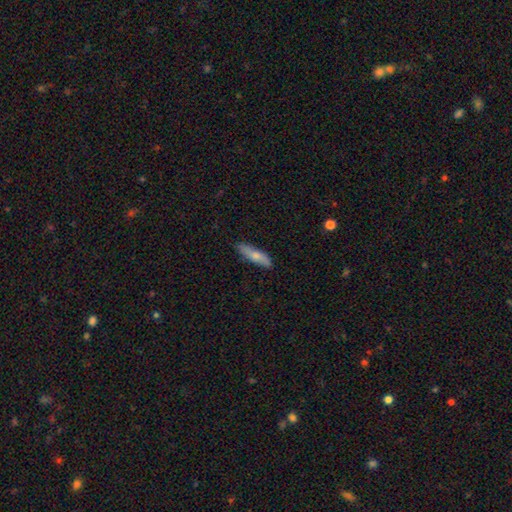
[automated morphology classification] Smooth or featured: smooth — 69% (featured or disk — 25%)
How rounded: cigar-shaped — 70% (in between — 28%)
Merging: none — 83% (minor disturbance — 14%)